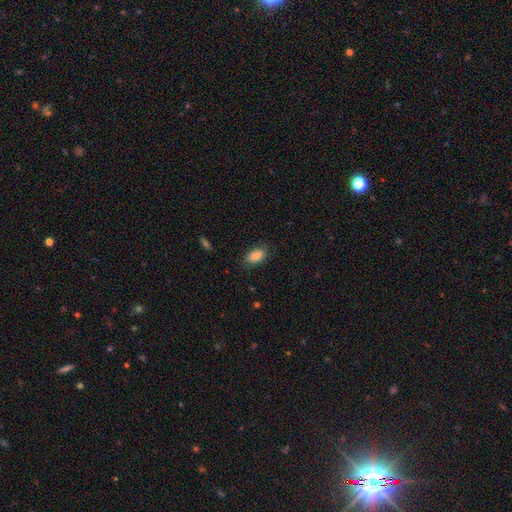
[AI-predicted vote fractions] Smooth or featured? smooth (84%)
How rounded? in between (92%)
Merging? none (83%)